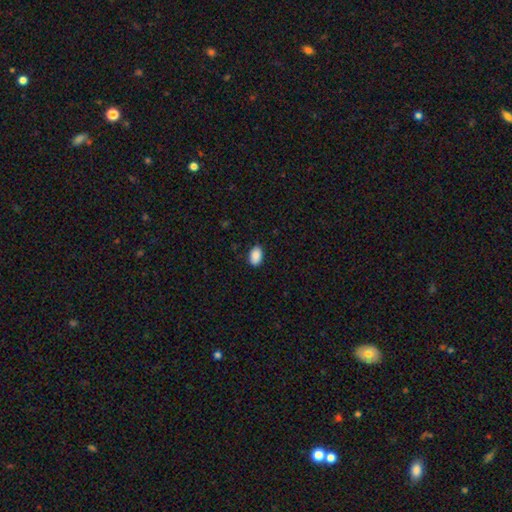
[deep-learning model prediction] Smooth or featured? smooth (89%)
How rounded? in between (91%)
Merging? none (86%)